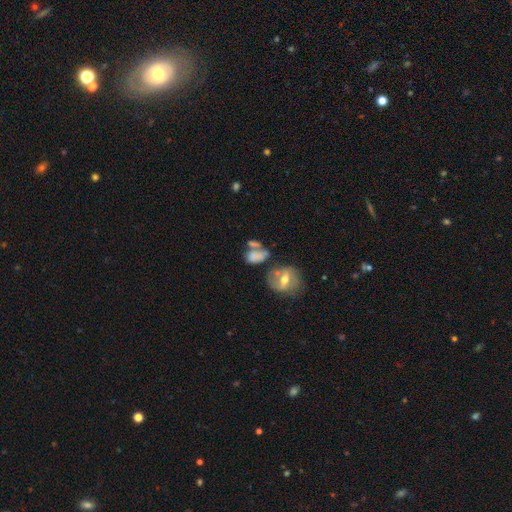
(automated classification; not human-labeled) This is likely a smooth galaxy (65%). How rounded: likely in between (75%). Merging: marginally merger (37%).